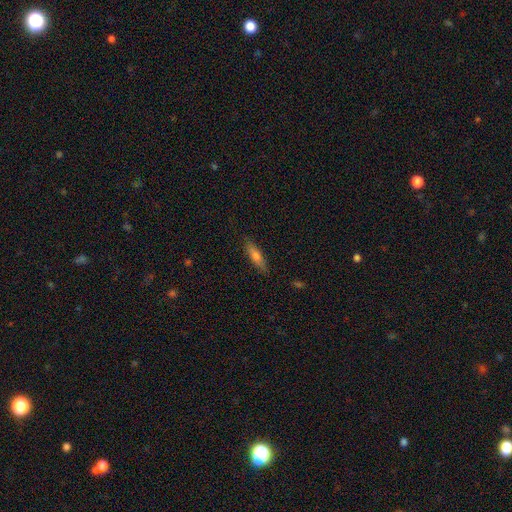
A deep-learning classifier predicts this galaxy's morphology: The model was most divided on "smooth or featured": smooth: 65%, featured or disk: 28%, star or artifact: 7%. More confident: merging — none (86%); how rounded — cigar-shaped (73%).